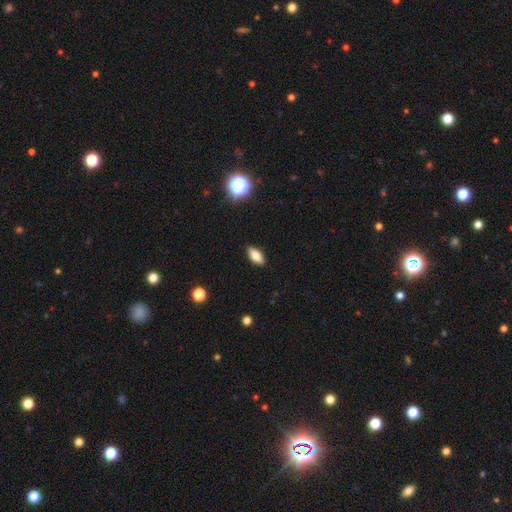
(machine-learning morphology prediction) This appears to be a smooth galaxy with no disk features (75%) that is in between round and cigar-shaped (84%). Merging: none (89%).